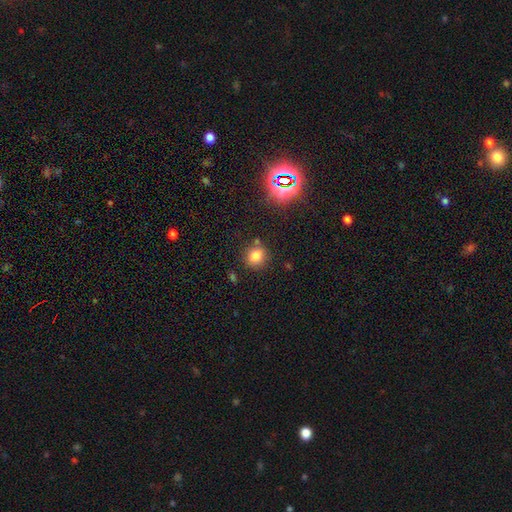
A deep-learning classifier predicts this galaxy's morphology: A smooth galaxy with no disk features (78%) that is round (80%).

Vote fractions:
- Smooth or featured? smooth: 78% / star or artifact: 15% / featured or disk: 6%
- How rounded? round: 80% / in between: 19% / cigar-shaped: 1%
- Merging? none: 78% / minor disturbance: 11% / merger: 7% / major disturbance: 4%